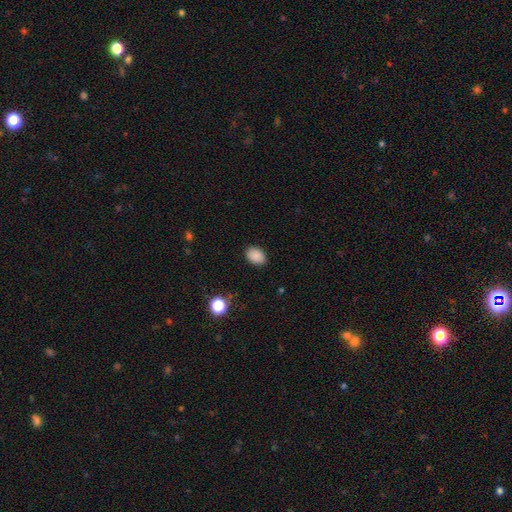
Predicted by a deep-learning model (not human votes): Smooth or featured?
  - smooth: 87% *
  - star or artifact: 9%
  - featured or disk: 3%
How rounded?
  - in between: 78% *
  - round: 21%
  - cigar-shaped: 1%
Merging?
  - none: 88% *
  - minor disturbance: 9%
  - major disturbance: 2%
  - merger: 1%